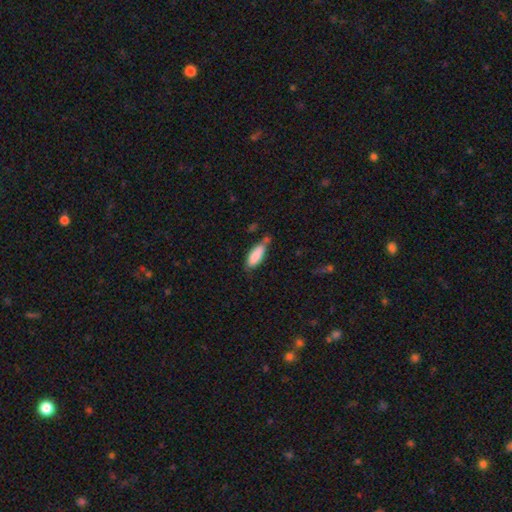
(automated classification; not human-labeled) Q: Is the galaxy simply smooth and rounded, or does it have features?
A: smooth — 86%.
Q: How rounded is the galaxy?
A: in between — 67%.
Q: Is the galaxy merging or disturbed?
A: none — 49%.